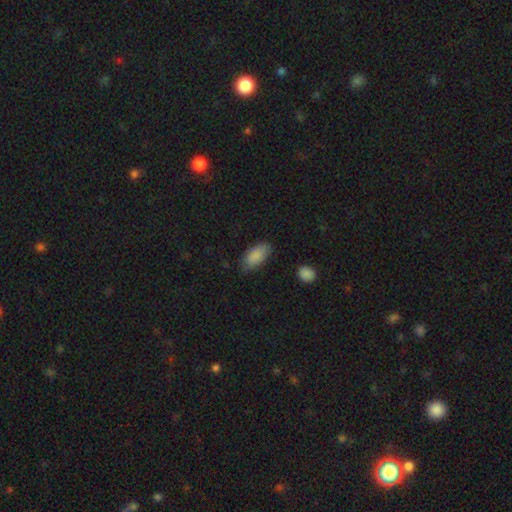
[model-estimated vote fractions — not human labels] smooth_or_featured: smooth (p=0.87) [alt: star or artifact p=0.07]
how_rounded: in between (p=0.91) [alt: cigar-shaped p=0.07]
merging: none (p=0.77) [alt: minor disturbance p=0.18]